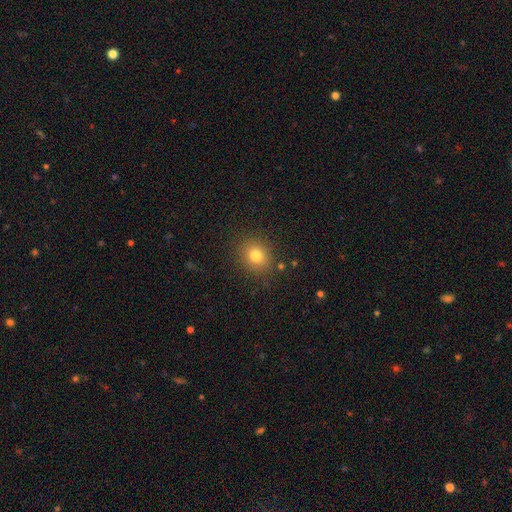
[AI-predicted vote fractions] Morphology: type=smooth (79%); roundness=round (69%); merging=none (85%).